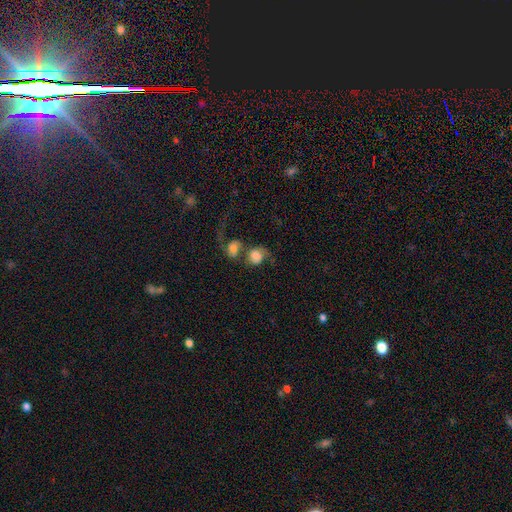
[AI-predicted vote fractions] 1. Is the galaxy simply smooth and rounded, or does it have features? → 59% smooth, 31% featured or disk, 10% star or artifact.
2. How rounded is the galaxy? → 66% round, 32% in between, 1% cigar-shaped.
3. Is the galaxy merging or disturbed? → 66% merger, 14% none, 13% major disturbance, 7% minor disturbance.